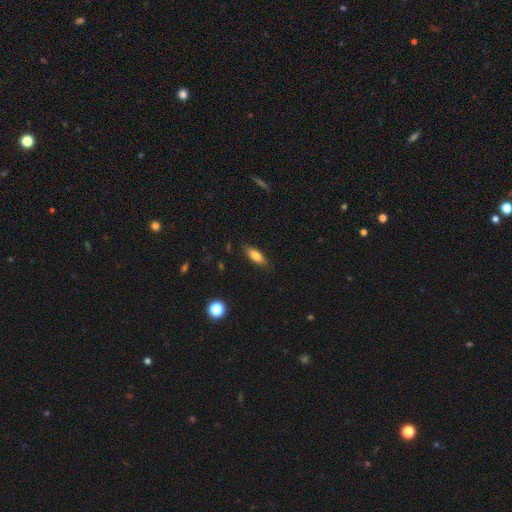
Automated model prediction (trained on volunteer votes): smooth-or-featured: smooth: 80% | featured or disk: 13% | star or artifact: 8%
  how-rounded: in between: 69% | cigar-shaped: 28% | round: 3%
  merging: none: 85% | minor disturbance: 12% | major disturbance: 2% | merger: 1%